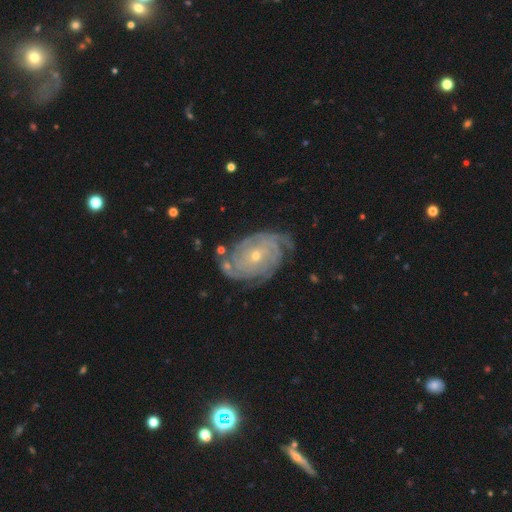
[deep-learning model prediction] Morphology: type=featured or disk (88%); edge-on=no (96%); bar=no (75%); spiral arms=yes (97%); winding=tight (78%); arm count=can't tell (25%, tied with 4); bulge=small (66%); merging=none (73%).